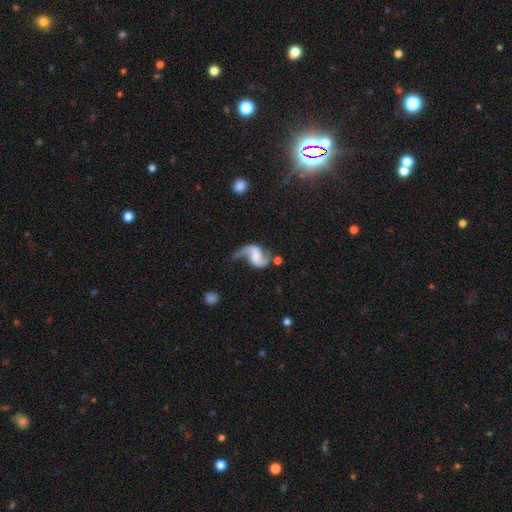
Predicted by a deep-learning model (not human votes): This is clearly a featured or disk galaxy (87%). It is clearly not viewed edge-on (98%). Bar: marginally weak (42%). Spiral arm pattern: clearly yes (96%). Spiral arm count: clearly 2 (90%). Spiral winding: likely loose (71%). Central bulge: marginally none (36%). Merging: possibly none (54%).